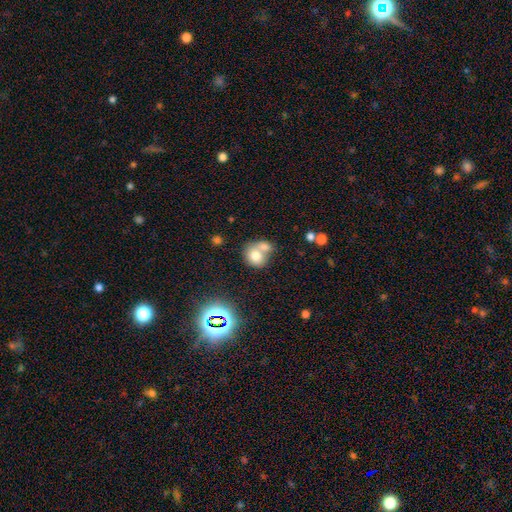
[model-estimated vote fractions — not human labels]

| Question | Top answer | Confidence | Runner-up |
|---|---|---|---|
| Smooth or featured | smooth | 72% | featured or disk (16%) |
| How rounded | round | 71% | in between (28%) |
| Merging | merger | 57% | none (31%) |